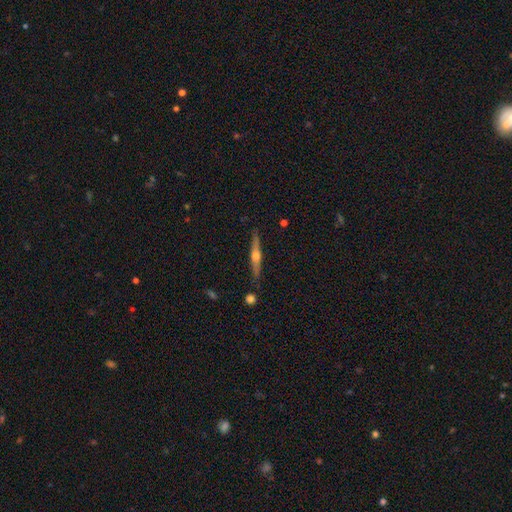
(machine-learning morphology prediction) Smooth or featured?
  - featured or disk: 76% *
  - smooth: 18%
  - star or artifact: 6%
Edge-on disk?
  - yes: 98% *
  - no: 2%
Edge-on bulge?
  - rounded: 91% *
  - boxy: 6%
  - none: 3%
Merging?
  - none: 87% *
  - minor disturbance: 9%
  - merger: 2%
  - major disturbance: 2%